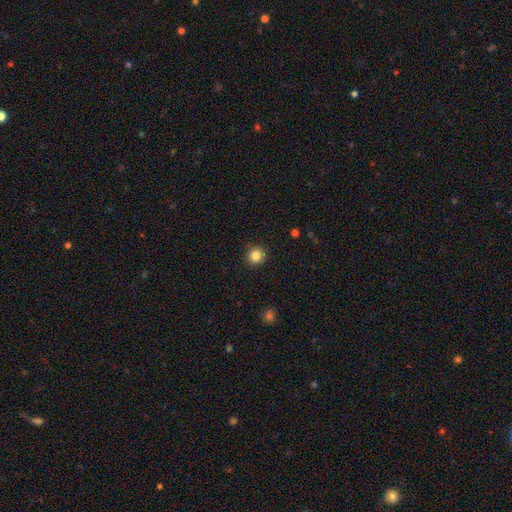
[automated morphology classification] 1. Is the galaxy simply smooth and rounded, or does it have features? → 85% smooth, 11% star or artifact, 4% featured or disk.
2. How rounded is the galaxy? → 93% round, 6% in between, 1% cigar-shaped.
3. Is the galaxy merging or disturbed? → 91% none, 6% minor disturbance, 2% major disturbance, 1% merger.